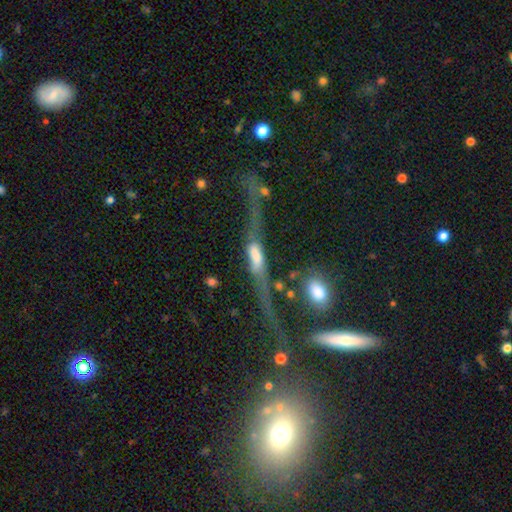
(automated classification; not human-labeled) featured or disk 73%, smooth 19%, star or artifact 8%. Down the decision tree: edge-on disk — yes (70%); edge-on bulge — rounded (58%); merging — none (38%).